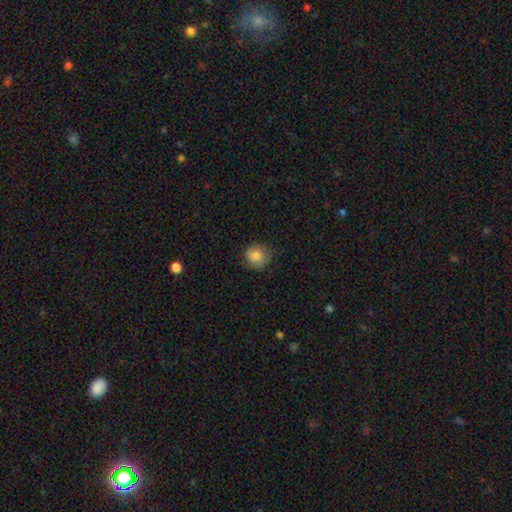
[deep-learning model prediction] Smooth or featured? Predicted: smooth (p=0.82). How rounded? Predicted: round (p=0.87). Merging? Predicted: none (p=0.80).